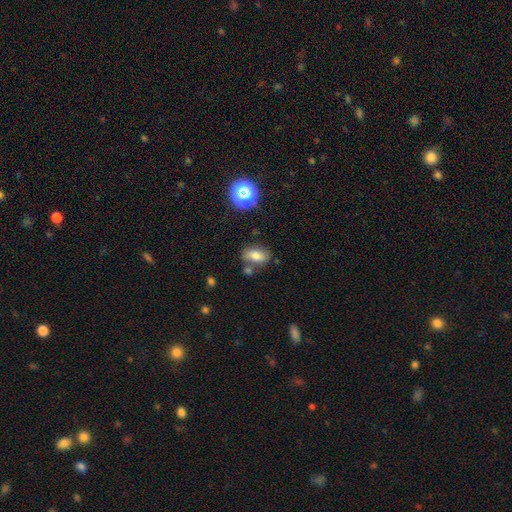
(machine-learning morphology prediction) smooth-or-featured: smooth: 74% | featured or disk: 14% | star or artifact: 12%
  how-rounded: in between: 82% | round: 15% | cigar-shaped: 3%
  merging: none: 72% | minor disturbance: 14% | merger: 10% | major disturbance: 4%